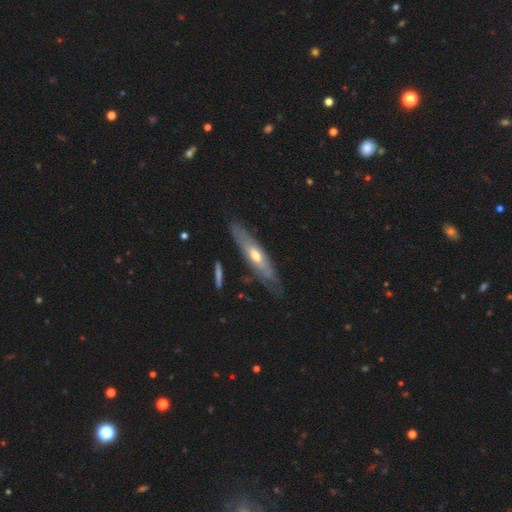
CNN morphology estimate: This is likely a featured or disk galaxy (66%). It is possibly viewed edge-on (51%). Merging: likely none (71%).